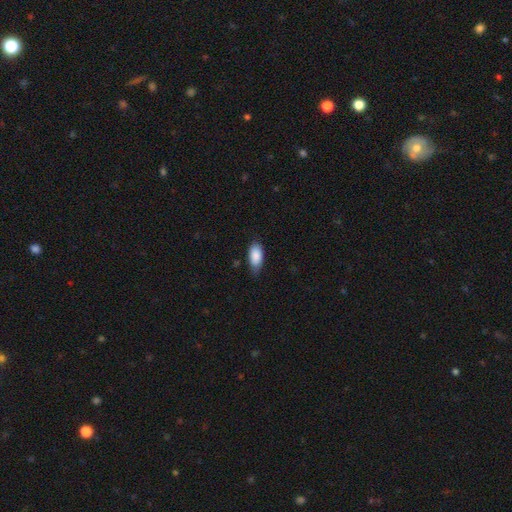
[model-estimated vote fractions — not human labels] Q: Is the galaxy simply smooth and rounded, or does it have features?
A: smooth — 87%.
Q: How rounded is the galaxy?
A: in between — 91%.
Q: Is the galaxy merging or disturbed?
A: none — 65%.